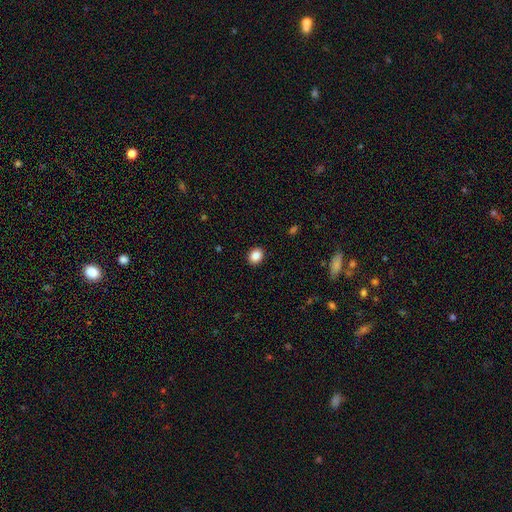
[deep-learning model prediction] Morphology: type=smooth (88%); roundness=round (60%); merging=none (91%).